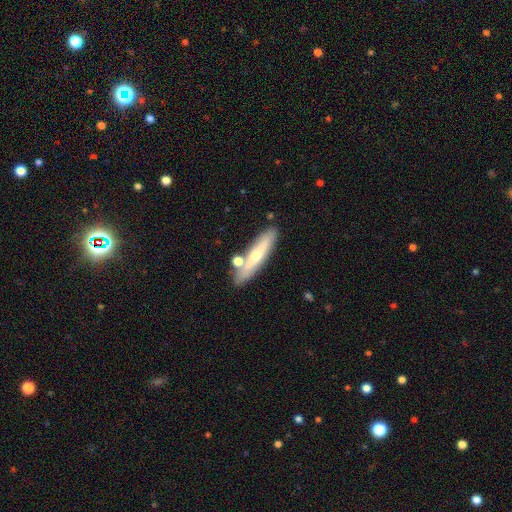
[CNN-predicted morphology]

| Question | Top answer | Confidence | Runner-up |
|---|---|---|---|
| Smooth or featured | smooth | 49% | featured or disk (44%) |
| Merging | none | 75% | minor disturbance (12%) |